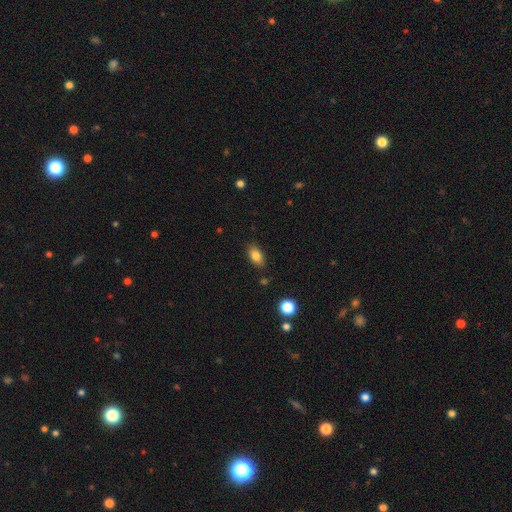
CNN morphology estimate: Smooth or featured: smooth — 83% (star or artifact — 9%)
How rounded: in between — 89% (round — 7%)
Merging: none — 85% (minor disturbance — 11%)